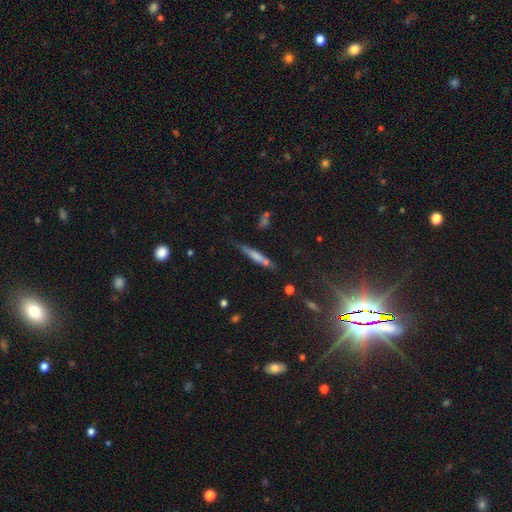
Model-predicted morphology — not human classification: Smooth or featured? smooth (57%)
How rounded? cigar-shaped (89%)
Merging? none (67%)